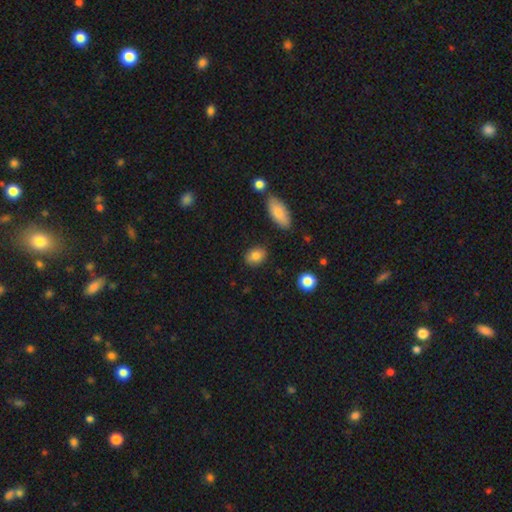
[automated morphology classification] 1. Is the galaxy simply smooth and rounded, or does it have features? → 83% smooth, 9% featured or disk, 8% star or artifact.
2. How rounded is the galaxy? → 62% in between, 36% round, 2% cigar-shaped.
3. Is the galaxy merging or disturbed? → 85% none, 10% minor disturbance, 2% major disturbance, 2% merger.